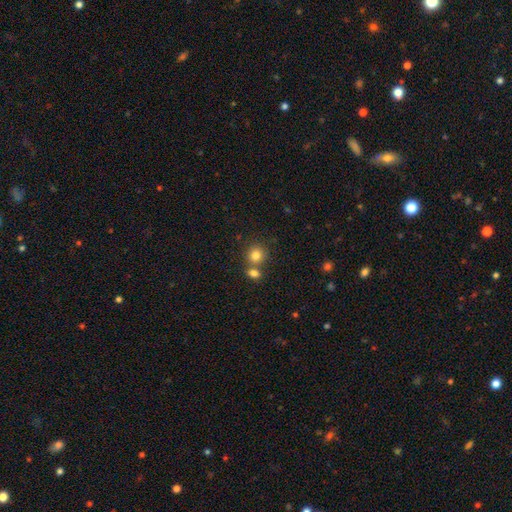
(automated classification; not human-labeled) A smooth galaxy with no disk features (81%) that is round (85%). Merging: none (57%).